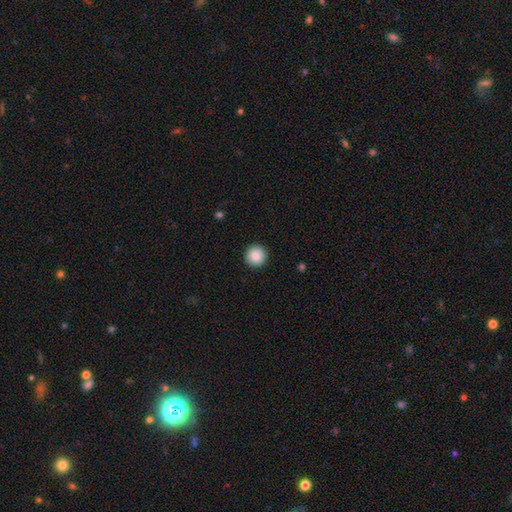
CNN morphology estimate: Q: Smooth or featured?
A: smooth (89%); runner-up: star or artifact (8%)
Q: How rounded?
A: round (96%); runner-up: in between (3%)
Q: Merging?
A: none (93%); runner-up: minor disturbance (5%)